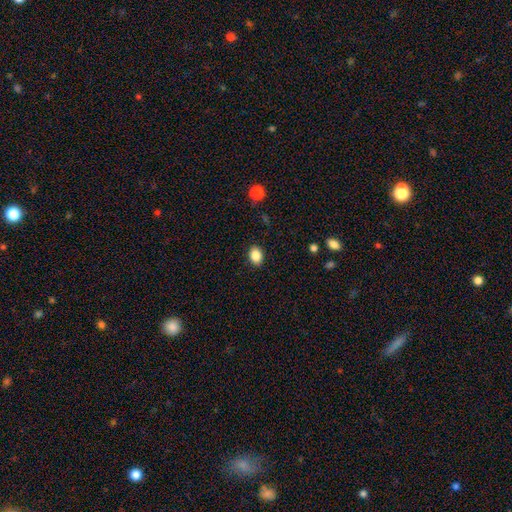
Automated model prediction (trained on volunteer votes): Smooth or featured: smooth — 86% (star or artifact — 9%)
How rounded: in between — 69% (round — 31%)
Merging: none — 89% (minor disturbance — 8%)